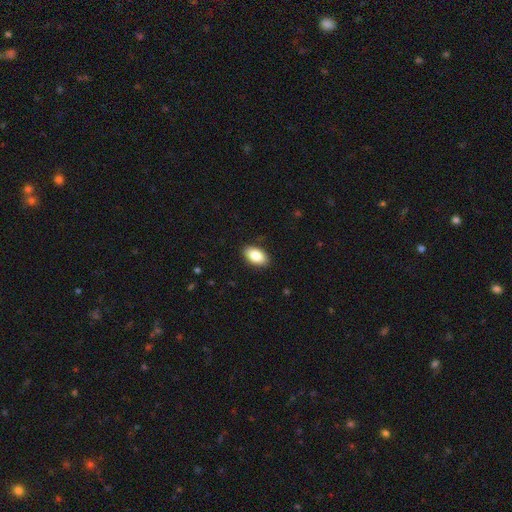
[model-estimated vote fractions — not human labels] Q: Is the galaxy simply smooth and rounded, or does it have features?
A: smooth — 85%.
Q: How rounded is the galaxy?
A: in between — 93%.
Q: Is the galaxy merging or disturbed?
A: none — 89%.